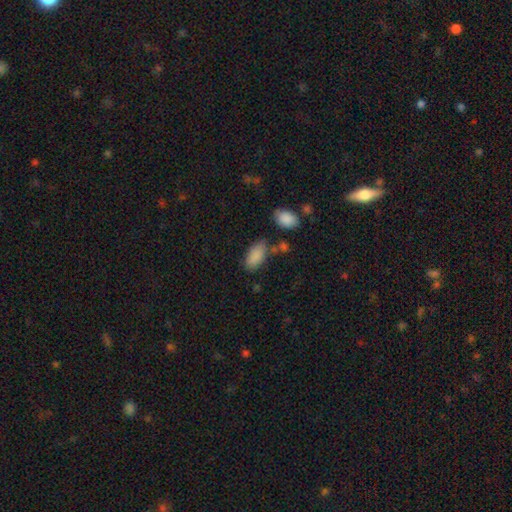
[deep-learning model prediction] smooth-or-featured: smooth: 86% | star or artifact: 8% | featured or disk: 6%
  how-rounded: in between: 93% | cigar-shaped: 5% | round: 3%
  merging: none: 68% | minor disturbance: 19% | merger: 8% | major disturbance: 6%